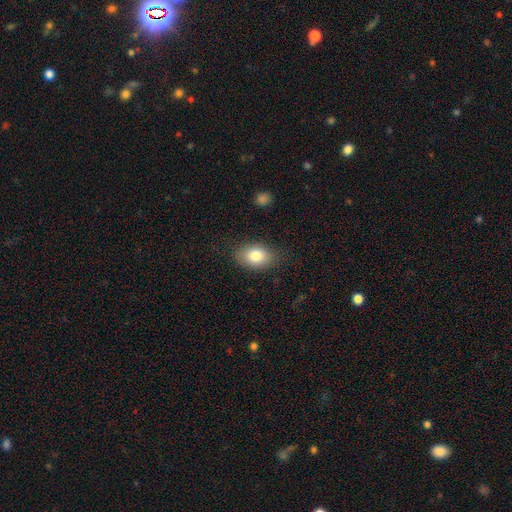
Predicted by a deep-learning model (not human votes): Smooth or featured? Predicted: smooth (p=0.81). How rounded? Predicted: in between (p=0.81). Merging? Predicted: none (p=0.82).